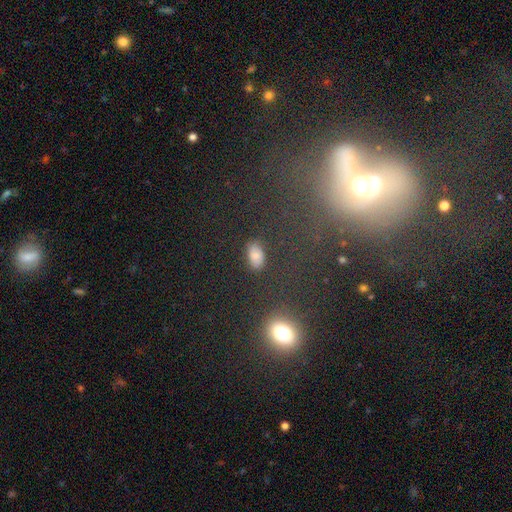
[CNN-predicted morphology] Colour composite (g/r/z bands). It shows a smooth galaxy with no disk features (65%) that is in between round and cigar-shaped (87%). Merging: none (81%).